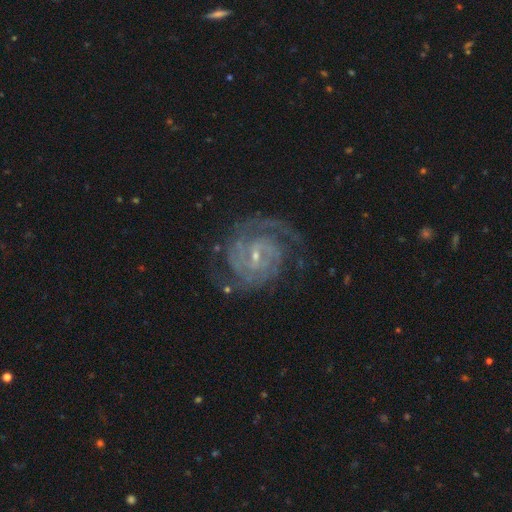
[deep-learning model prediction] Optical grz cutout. It shows a featured or disk galaxy (90%) with a weak bar (52%), 2 (50%) tight (64%) spiral arms (98%) and a small central bulge (76%). Merging: none (74%).